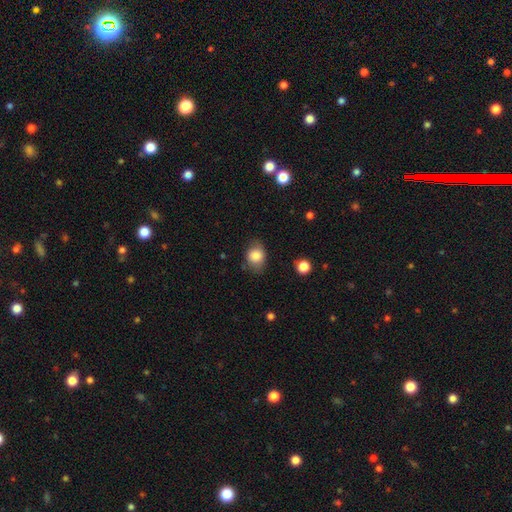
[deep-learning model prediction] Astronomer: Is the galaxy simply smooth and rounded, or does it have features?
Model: smooth — 83%.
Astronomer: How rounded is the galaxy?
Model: in between — 54% (runner-up: round, 45%).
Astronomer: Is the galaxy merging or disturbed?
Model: none — 71%.